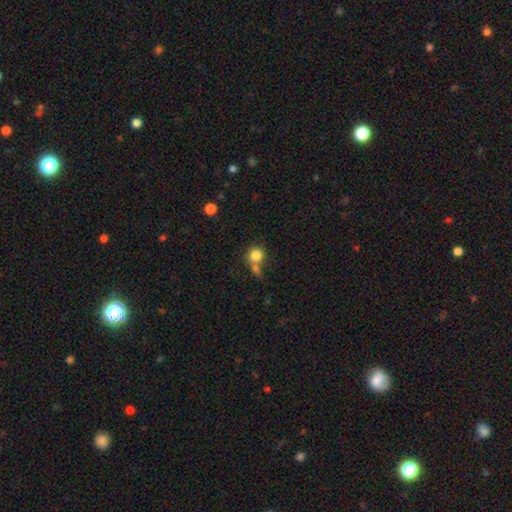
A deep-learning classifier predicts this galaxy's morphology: Smooth or featured?
  - smooth: 81% *
  - star or artifact: 10%
  - featured or disk: 9%
How rounded?
  - round: 87% *
  - in between: 12%
  - cigar-shaped: 1%
Merging?
  - none: 45% *
  - merger: 37%
  - minor disturbance: 11%
  - major disturbance: 7%